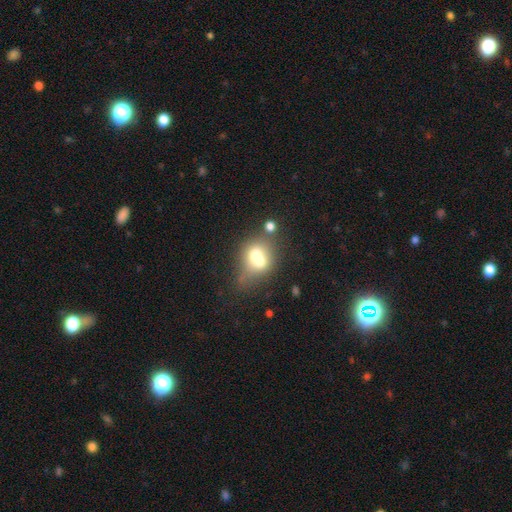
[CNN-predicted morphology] This appears to be a smooth galaxy with no disk features (62%) that is round (64%). Merging: merger (61%).